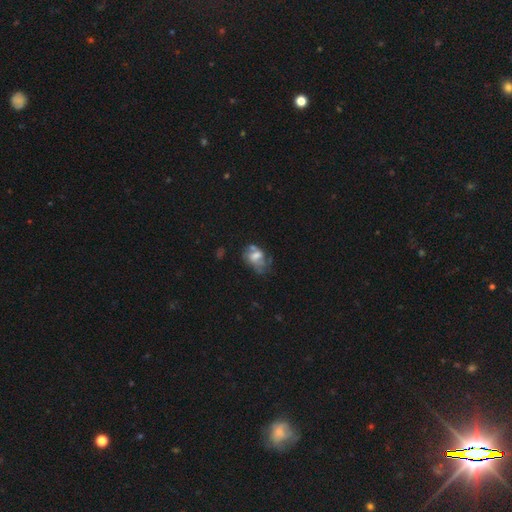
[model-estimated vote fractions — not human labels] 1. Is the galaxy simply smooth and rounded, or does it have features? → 45% featured or disk, 43% smooth, 12% star or artifact.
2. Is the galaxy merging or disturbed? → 29% major disturbance (tied), 29% none (tied), 24% minor disturbance, 17% merger.